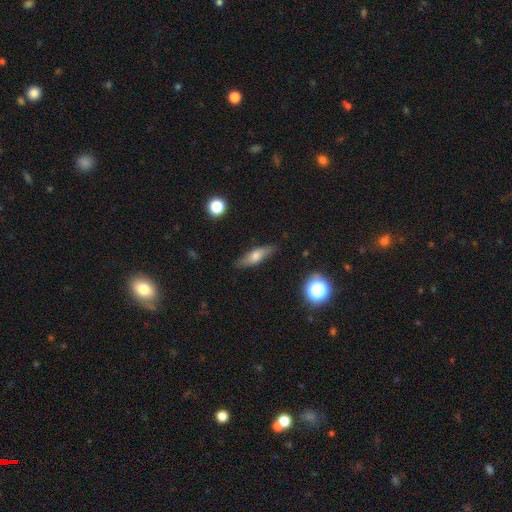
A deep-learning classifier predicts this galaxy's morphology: Overall: smooth (54%; featured or disk 38%). How rounded: cigar-shaped (53%; in between 42%). Merging: none (84%).